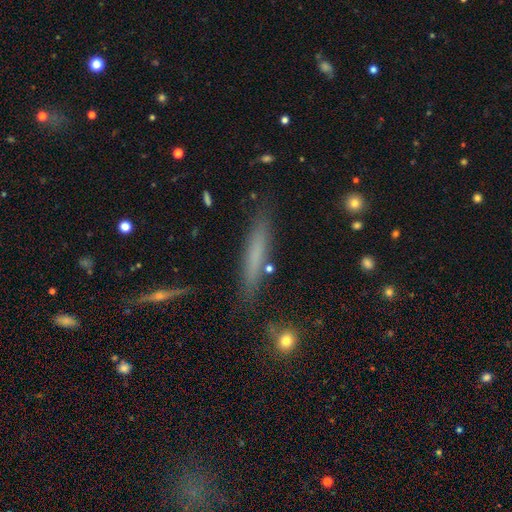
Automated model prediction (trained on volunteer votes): Smooth or featured: smooth — 63% (featured or disk — 27%)
How rounded: cigar-shaped — 91% (in between — 7%)
Merging: none — 83% (minor disturbance — 12%)